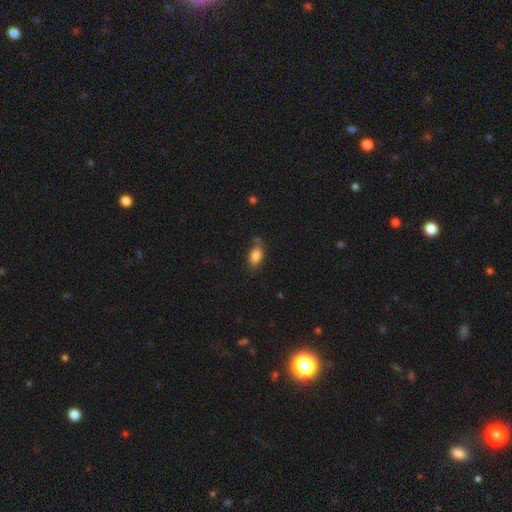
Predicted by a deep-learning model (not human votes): smooth-or-featured: smooth: 84% | star or artifact: 8% | featured or disk: 8%
  how-rounded: in between: 88% | round: 7% | cigar-shaped: 5%
  merging: none: 73% | minor disturbance: 19% | major disturbance: 4% | merger: 4%